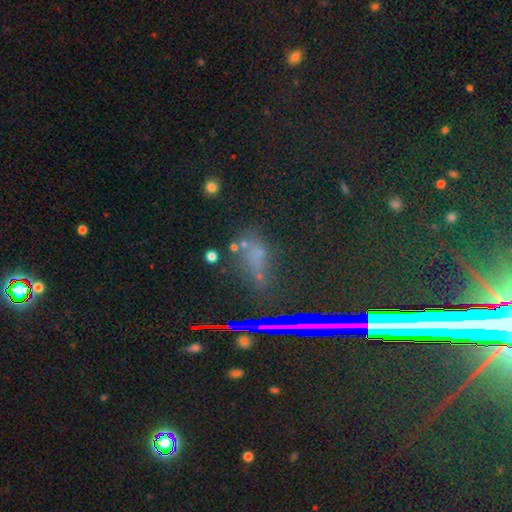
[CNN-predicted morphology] A star or artifact, not a galaxy (43%).

Vote fractions:
- Smooth or featured? star or artifact: 43% / smooth: 40% / featured or disk: 16%